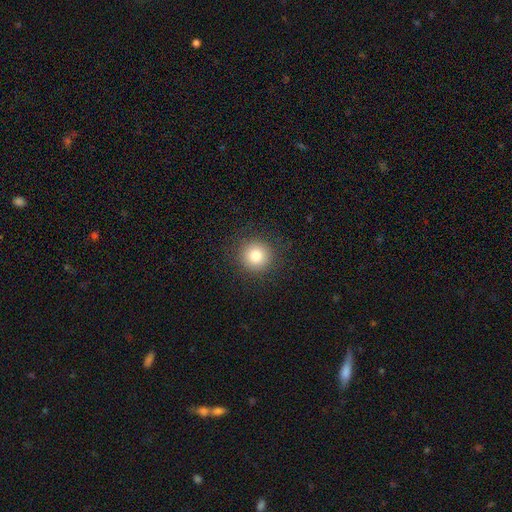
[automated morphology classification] Overall: smooth (82%). How rounded: round (94%). Merging: none (90%).